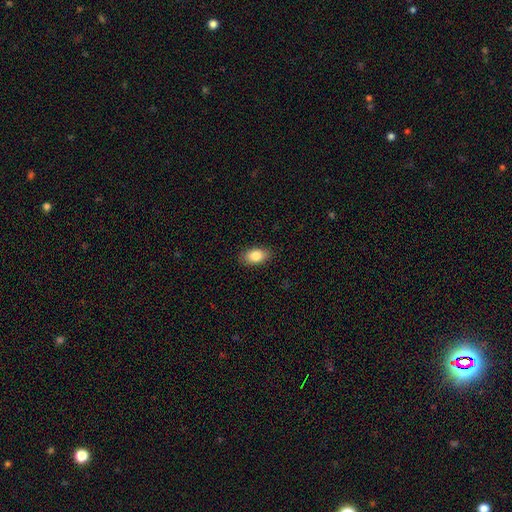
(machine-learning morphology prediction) This is clearly a smooth galaxy (85%). How rounded: clearly in between (90%). Merging: clearly none (88%).